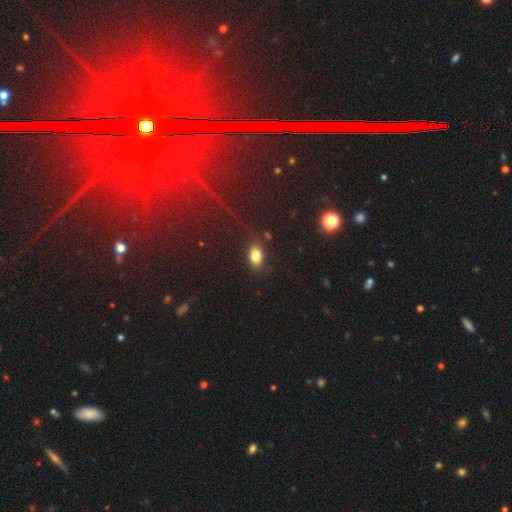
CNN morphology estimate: A smooth galaxy with no disk features (82%) that is in between round and cigar-shaped (89%). Merging: none (82%).